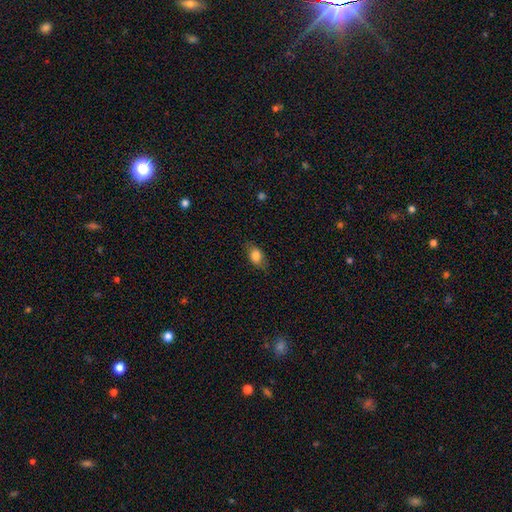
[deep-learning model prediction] Overall: smooth (82%). How rounded: in between (82%). Merging: none (77%).